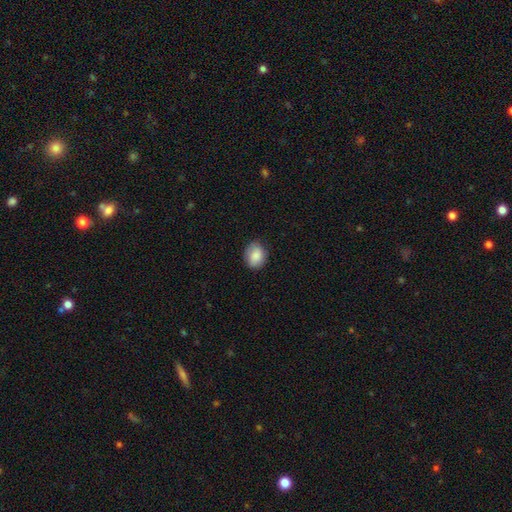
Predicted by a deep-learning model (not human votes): Smooth or featured? Predicted: smooth (p=0.86). How rounded? Predicted: in between (p=0.55). Merging? Predicted: none (p=0.81).